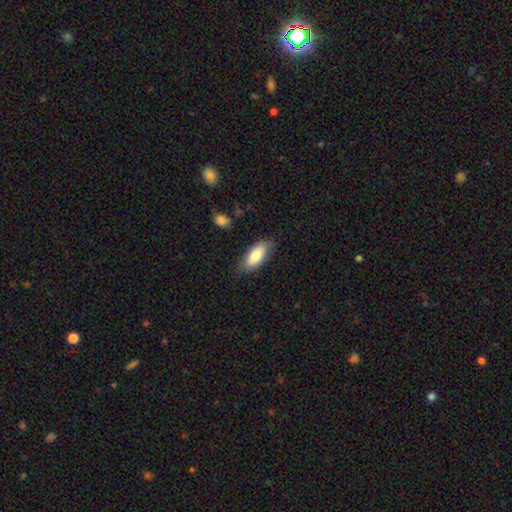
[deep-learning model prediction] The model was most divided on "smooth or featured": smooth: 80%, featured or disk: 14%, star or artifact: 6%. More confident: how rounded — in between (83%); merging — none (81%).